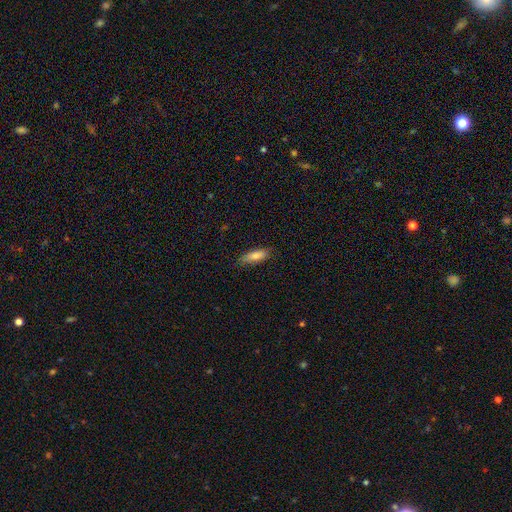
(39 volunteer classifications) smooth 74%, featured or disk 13%, star or artifact 13%. Down the decision tree: how rounded — cigar-shaped (55%); merging — none (79%).